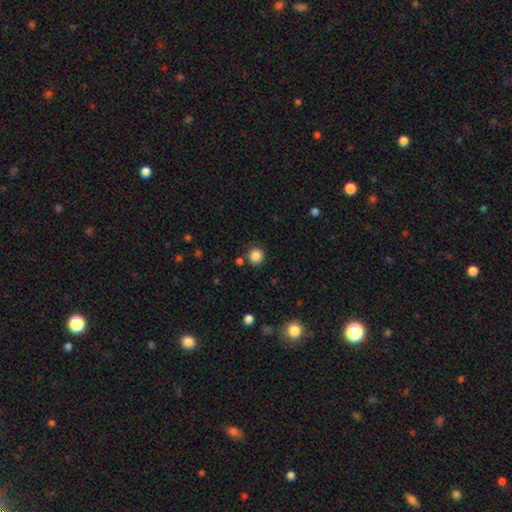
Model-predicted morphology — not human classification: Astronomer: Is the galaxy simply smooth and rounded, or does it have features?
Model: smooth — 86%.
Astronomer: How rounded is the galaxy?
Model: round — 91%.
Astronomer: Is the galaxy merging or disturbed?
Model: none — 84%.